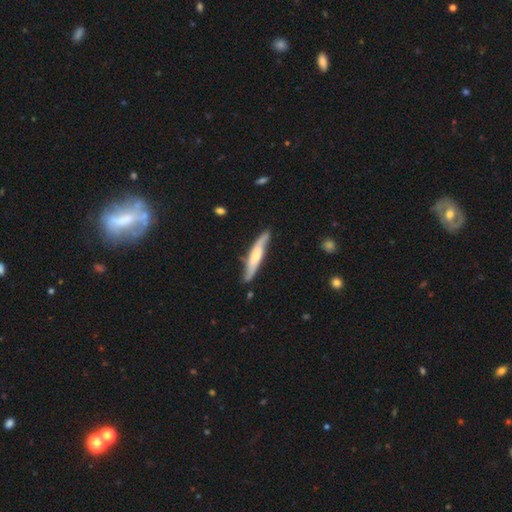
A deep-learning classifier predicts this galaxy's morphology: featured or disk 53%, smooth 42%, star or artifact 4%. Down the decision tree: edge-on disk — yes (68%); merging — none (77%).